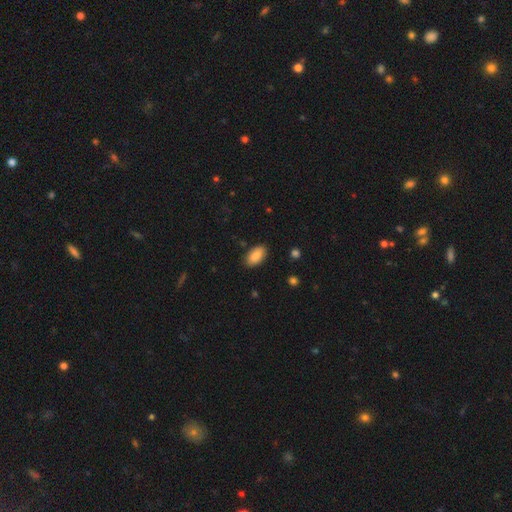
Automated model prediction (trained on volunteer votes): Smooth or featured? smooth (89%)
How rounded? in between (94%)
Merging? none (87%)